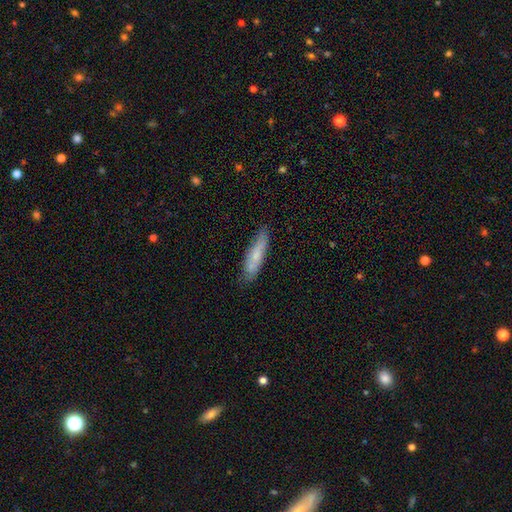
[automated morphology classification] The model was most divided on "smooth or featured": smooth: 67%, featured or disk: 27%, star or artifact: 6%. More confident: merging — none (78%); how rounded — cigar-shaped (74%).